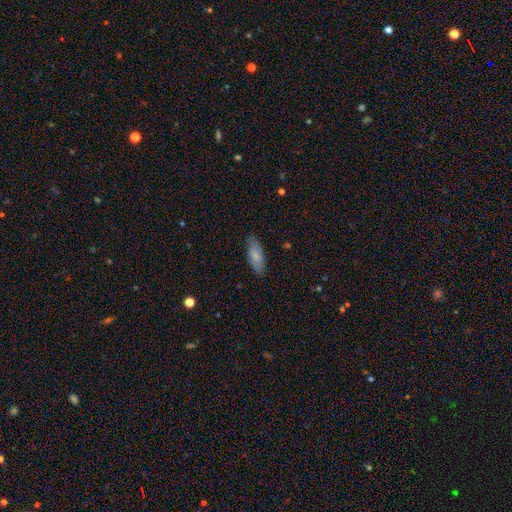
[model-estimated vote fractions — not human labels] This is clearly a smooth galaxy (81%). How rounded: likely in between (65%). Merging: clearly none (86%).